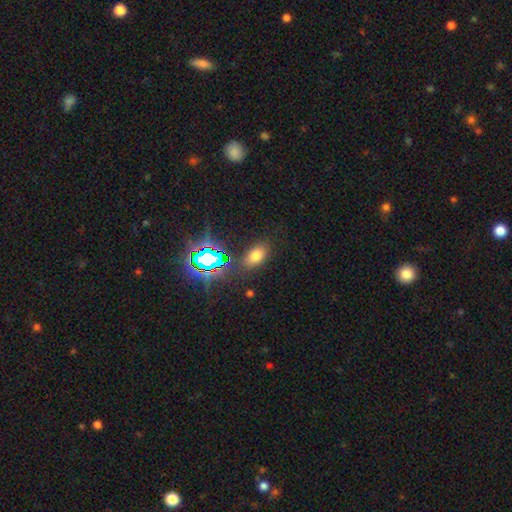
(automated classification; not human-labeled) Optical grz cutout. It shows a smooth galaxy with no disk features (63%) that is in between round and cigar-shaped (86%). Merging: none (81%).